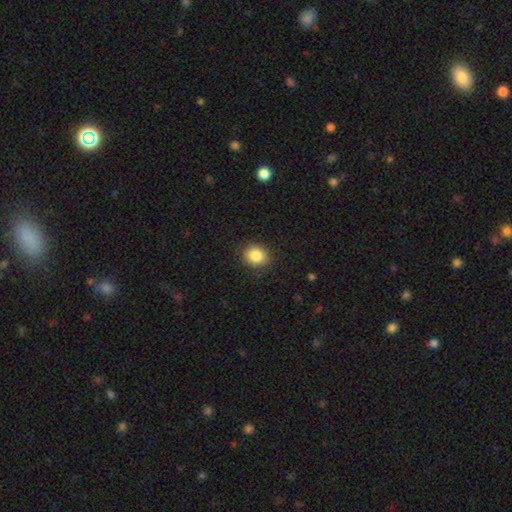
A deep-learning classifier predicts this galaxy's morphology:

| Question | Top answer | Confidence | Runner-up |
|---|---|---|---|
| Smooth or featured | smooth | 86% | star or artifact (9%) |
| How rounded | round | 68% | in between (31%) |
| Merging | none | 89% | minor disturbance (7%) |